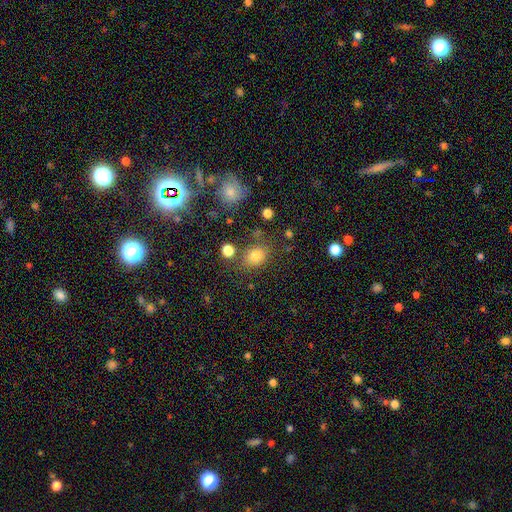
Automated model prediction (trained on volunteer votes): smooth 77%, star or artifact 14%, featured or disk 8%. Down the decision tree: how rounded — in between (58%); merging — none (71%).